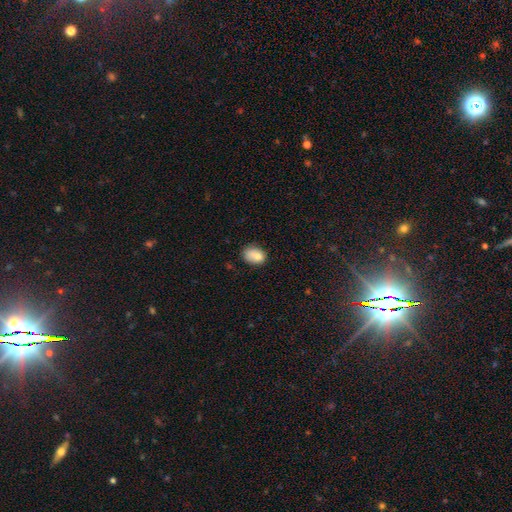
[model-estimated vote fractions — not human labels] This appears to be a smooth galaxy with no disk features (82%) that is in between round and cigar-shaped (71%). Merging: none (62%).